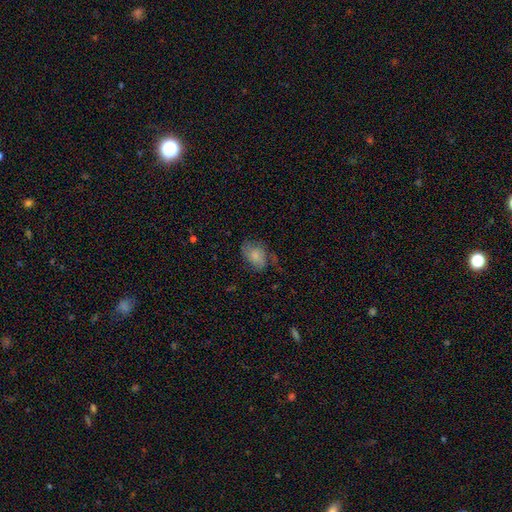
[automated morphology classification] This appears to be a smooth galaxy with no disk features (68%) that is in between round and cigar-shaped (83%). Merging: none (49%).